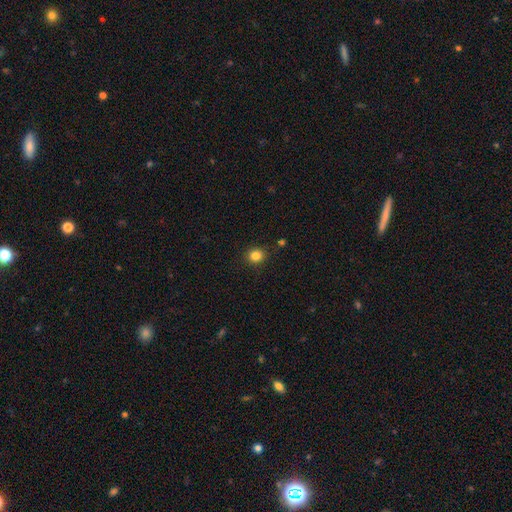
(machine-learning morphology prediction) Smooth or featured? Predicted: smooth (p=0.83). How rounded? Predicted: round (p=0.82). Merging? Predicted: none (p=0.89).